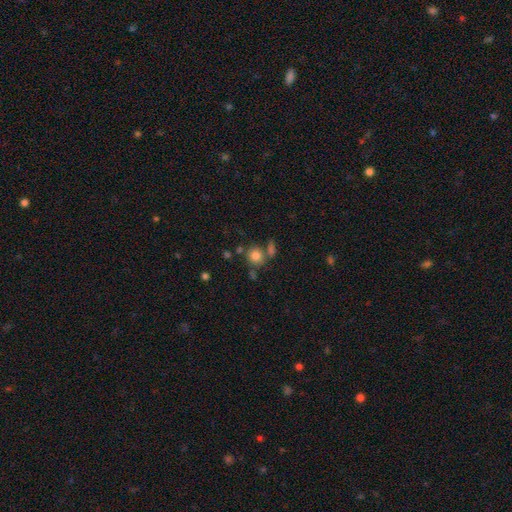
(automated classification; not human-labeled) smooth 80%, star or artifact 11%, featured or disk 9%. Down the decision tree: how rounded — round (85%); merging — none (63%).